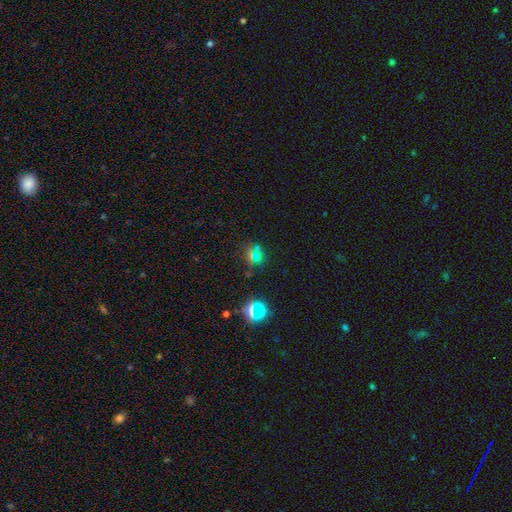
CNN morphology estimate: Smooth or featured: star or artifact — 47% (smooth — 42%)